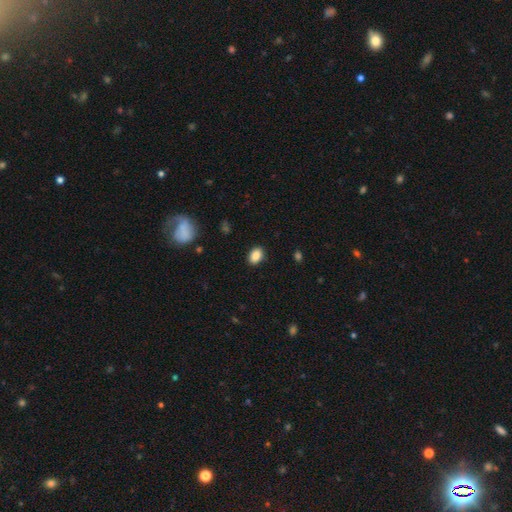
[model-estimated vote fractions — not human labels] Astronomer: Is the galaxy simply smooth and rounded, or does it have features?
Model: smooth — 87%.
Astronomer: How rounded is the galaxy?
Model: in between — 80%.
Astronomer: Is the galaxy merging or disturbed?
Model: none — 88%.